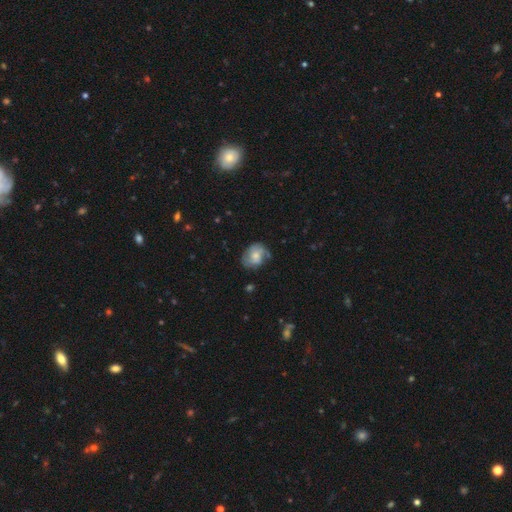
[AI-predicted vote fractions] A featured or disk galaxy (48%). Merging: none (59%).